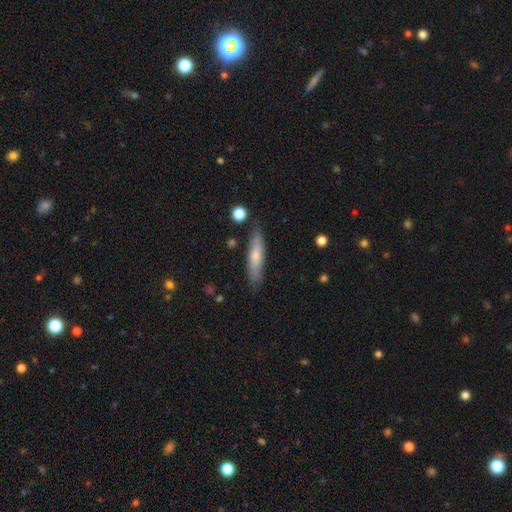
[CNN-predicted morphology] type=smooth (64%); roundness=cigar-shaped (80%); merging=none (82%).